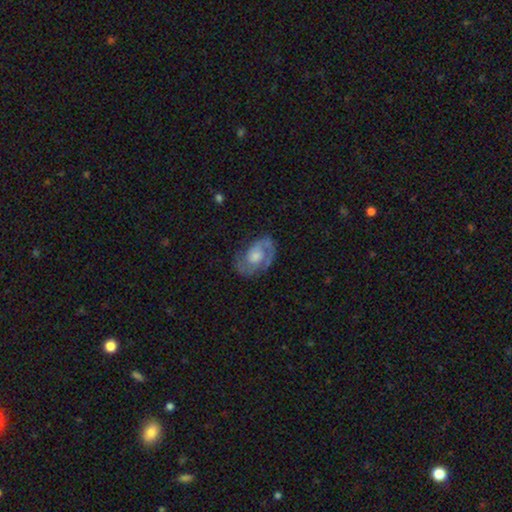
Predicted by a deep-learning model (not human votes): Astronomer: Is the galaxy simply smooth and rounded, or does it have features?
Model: featured or disk — 76%.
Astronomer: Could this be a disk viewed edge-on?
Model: no — 97%.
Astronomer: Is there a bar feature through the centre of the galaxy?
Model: no — 68%.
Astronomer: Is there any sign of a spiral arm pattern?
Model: yes — 89%.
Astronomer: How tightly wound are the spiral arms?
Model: medium — 44% (runner-up: tight, 41%).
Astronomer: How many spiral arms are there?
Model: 2 — 73%.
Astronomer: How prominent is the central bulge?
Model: moderate — 51%.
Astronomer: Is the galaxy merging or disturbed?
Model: none — 73%.